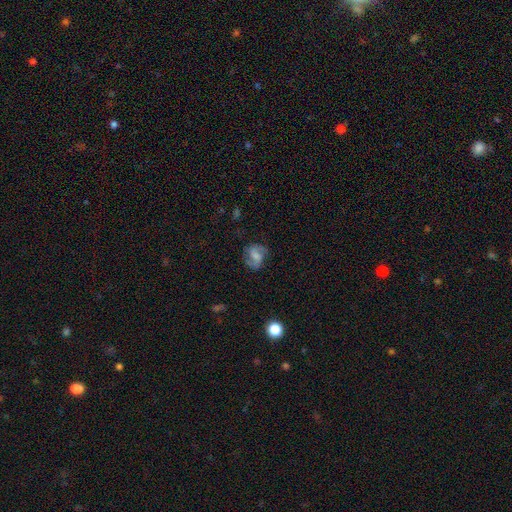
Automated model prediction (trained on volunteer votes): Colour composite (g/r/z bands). It shows a featured or disk galaxy (56%) with a weak bar (44%), spiral arms (86%) and a small central bulge (34%). Merging: none (64%).